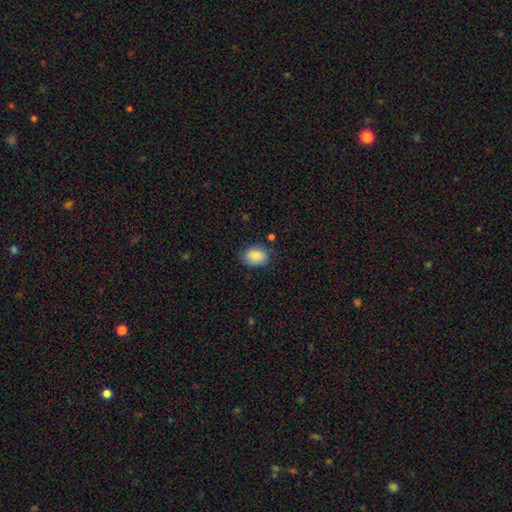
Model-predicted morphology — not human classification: This appears to be a smooth galaxy with no disk features (88%) that is in between round and cigar-shaped (75%). Merging: none (79%).